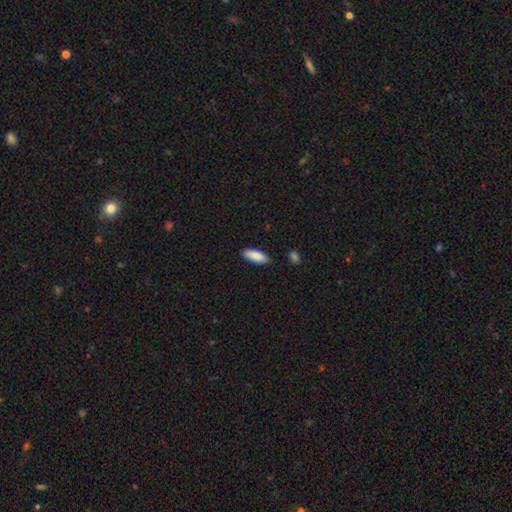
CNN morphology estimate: Smooth or featured? smooth (88%)
How rounded? in between (75%)
Merging? none (86%)